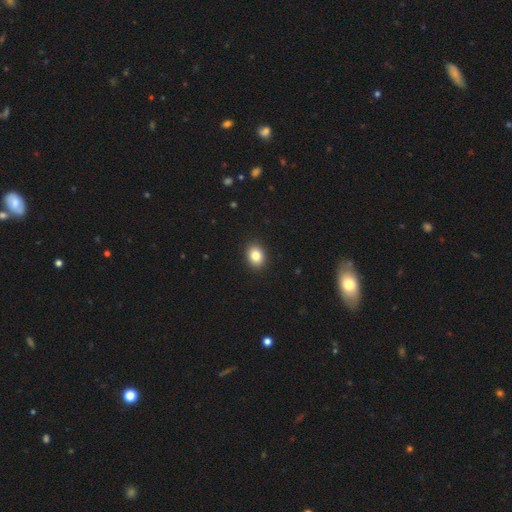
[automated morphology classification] Q: Smooth or featured?
A: smooth (84%); runner-up: star or artifact (9%)
Q: How rounded?
A: in between (55%); runner-up: round (44%)
Q: Merging?
A: none (91%); runner-up: minor disturbance (6%)